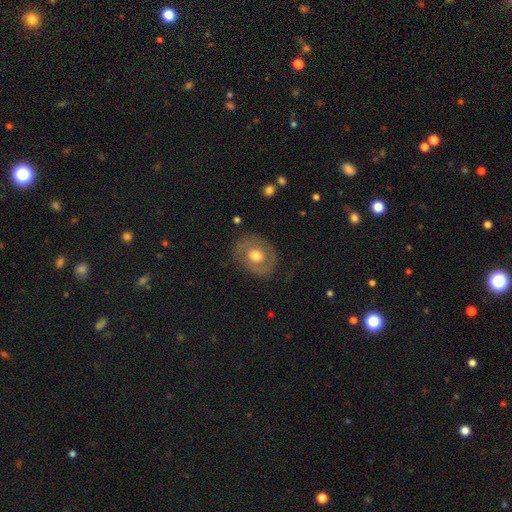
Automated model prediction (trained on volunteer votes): A featured or disk galaxy (52%).

Vote fractions:
- Smooth or featured? featured or disk: 52% / smooth: 41% / star or artifact: 7%
- Edge-on disk? no: 95% / yes: 5%
- Merging? none: 79% / minor disturbance: 14% / major disturbance: 6% / merger: 1%